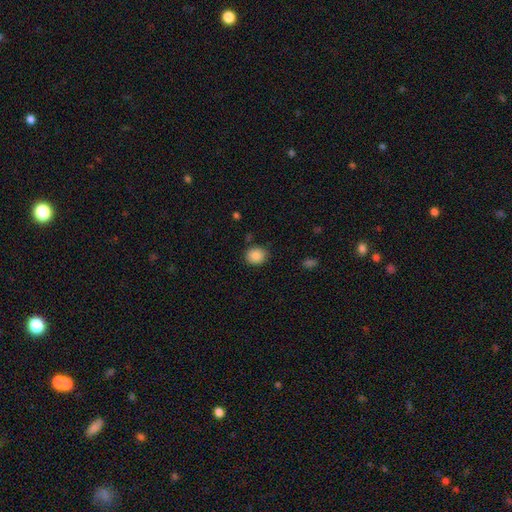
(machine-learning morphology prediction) This appears to be a smooth galaxy with no disk features (87%) that is round (73%). Merging: none (84%).